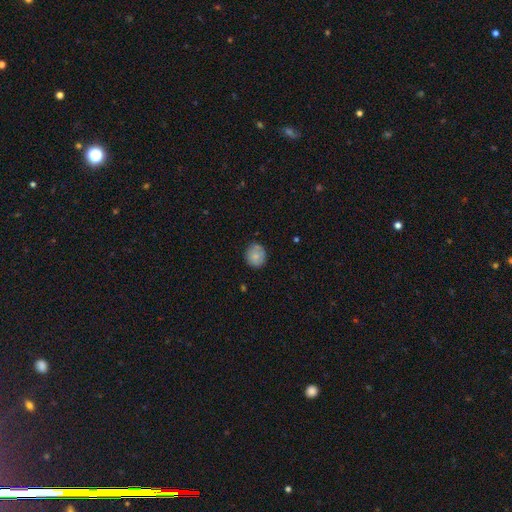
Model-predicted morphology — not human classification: Q: Smooth or featured?
A: smooth (76%); runner-up: featured or disk (16%)
Q: How rounded?
A: round (76%); runner-up: in between (23%)
Q: Merging?
A: none (77%); runner-up: minor disturbance (18%)